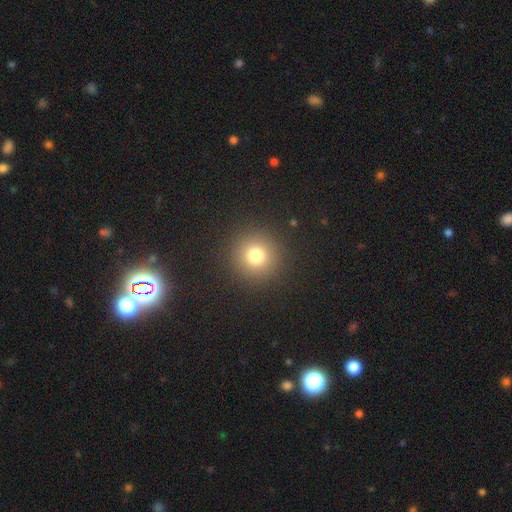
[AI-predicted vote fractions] Q: Smooth or featured?
A: smooth (76%); runner-up: star or artifact (17%)
Q: How rounded?
A: round (95%); runner-up: in between (4%)
Q: Merging?
A: none (91%); runner-up: minor disturbance (5%)